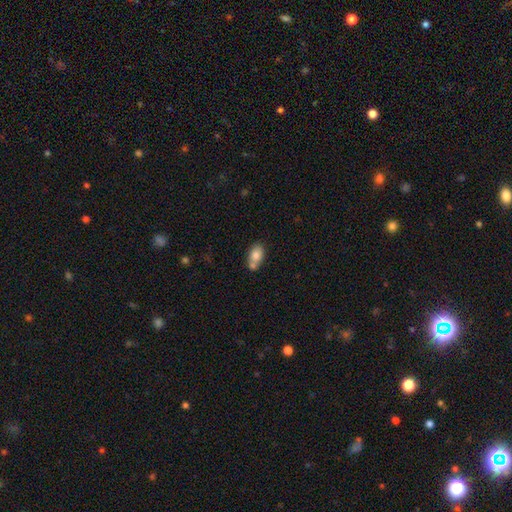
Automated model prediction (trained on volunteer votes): A smooth galaxy with no disk features (78%) that is in between round and cigar-shaped (86%). Merging: none (42%).